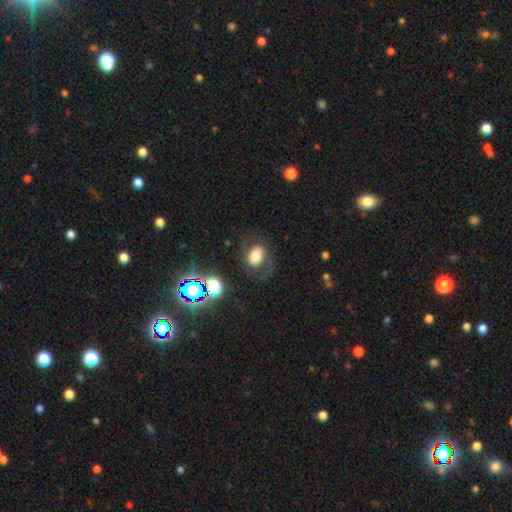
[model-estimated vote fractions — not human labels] Smooth or featured: smooth — 47% (featured or disk — 40%)
Merging: none — 61% (major disturbance — 19%)